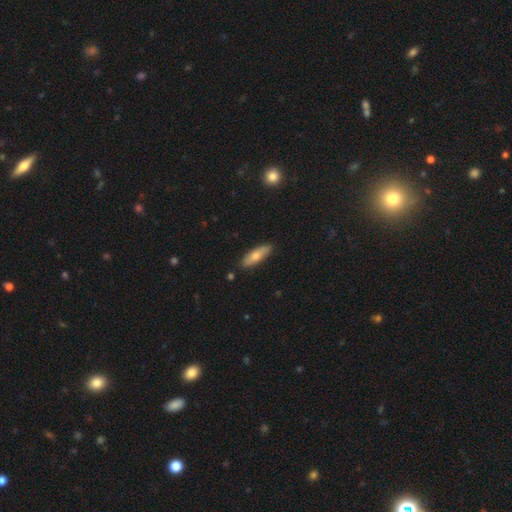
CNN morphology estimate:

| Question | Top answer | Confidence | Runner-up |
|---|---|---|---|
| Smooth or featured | smooth | 65% | featured or disk (29%) |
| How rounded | cigar-shaped | 53% | in between (45%) |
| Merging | none | 86% | minor disturbance (11%) |